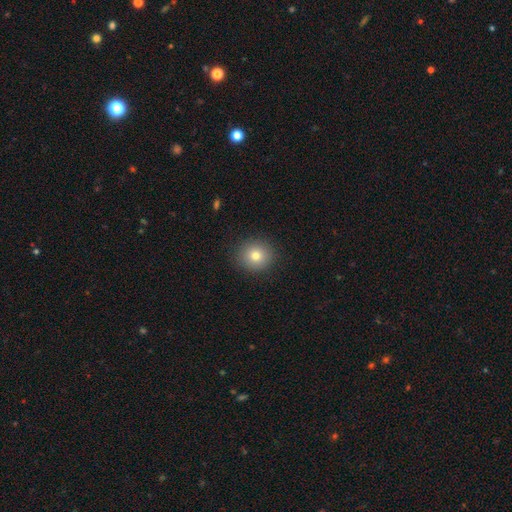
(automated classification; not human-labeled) Q: Smooth or featured?
A: smooth (77%); runner-up: star or artifact (12%)
Q: How rounded?
A: round (88%); runner-up: in between (11%)
Q: Merging?
A: none (90%); runner-up: minor disturbance (7%)